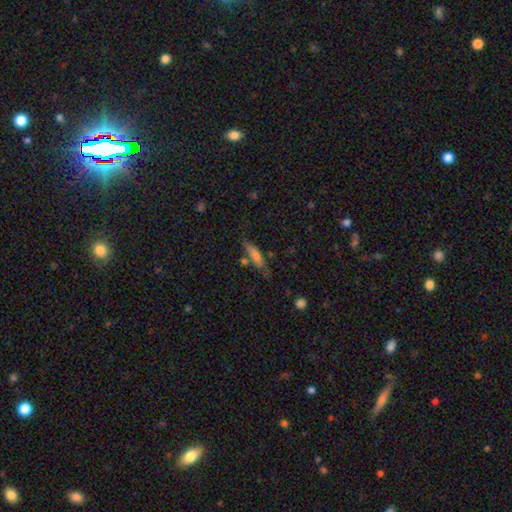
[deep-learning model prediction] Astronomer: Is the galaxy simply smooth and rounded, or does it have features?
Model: smooth — 57% (runner-up: featured or disk, 34%).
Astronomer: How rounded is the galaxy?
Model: cigar-shaped — 77%.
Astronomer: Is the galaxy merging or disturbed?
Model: none — 64%.